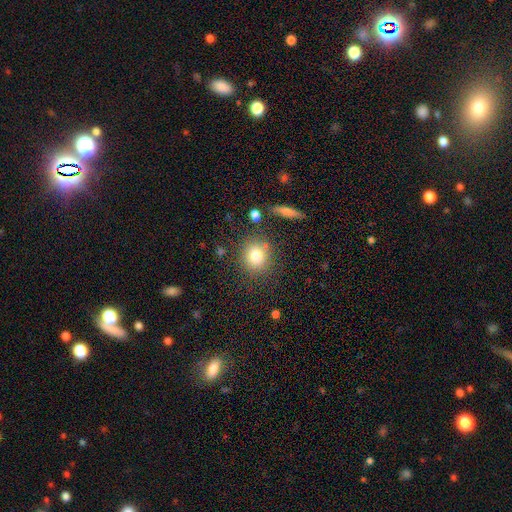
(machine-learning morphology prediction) Smooth or featured? smooth (78%)
How rounded? round (82%)
Merging? none (81%)